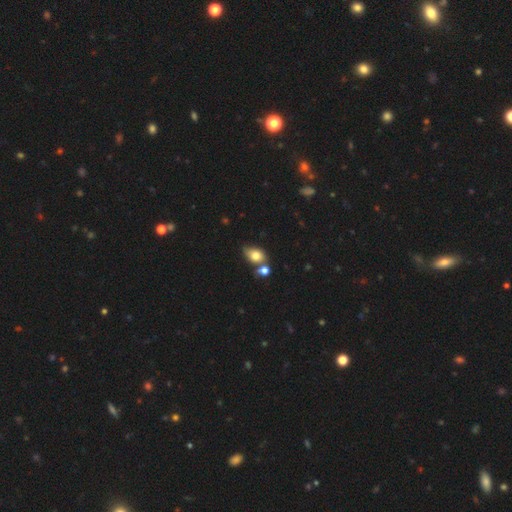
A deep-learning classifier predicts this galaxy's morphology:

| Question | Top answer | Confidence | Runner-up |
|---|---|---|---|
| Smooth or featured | smooth | 77% | featured or disk (13%) |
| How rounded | in between | 75% | round (24%) |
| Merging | none | 42% | merger (31%) |